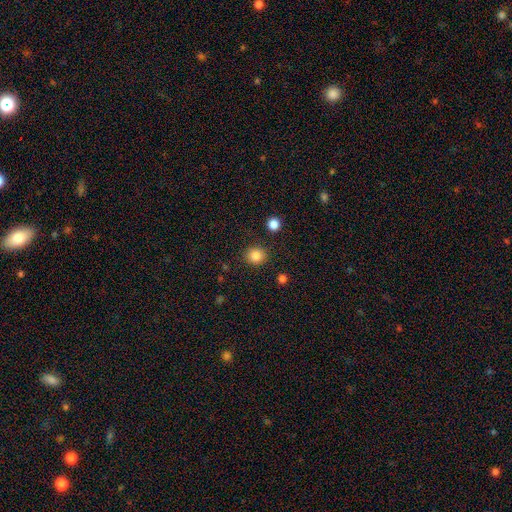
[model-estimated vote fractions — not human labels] smooth 86%, star or artifact 11%, featured or disk 4%. Down the decision tree: how rounded — round (87%); merging — none (90%).